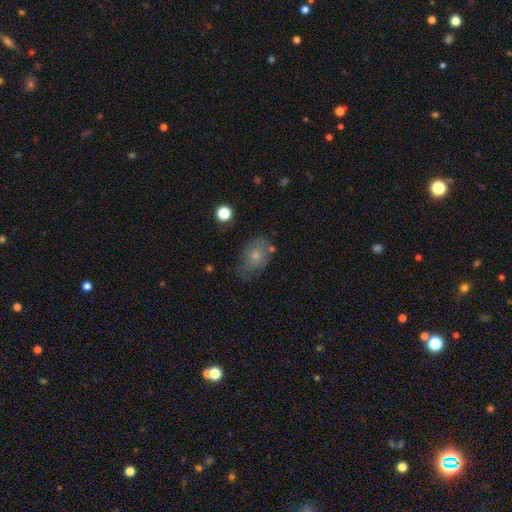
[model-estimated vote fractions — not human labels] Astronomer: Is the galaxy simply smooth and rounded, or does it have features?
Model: smooth — 66%.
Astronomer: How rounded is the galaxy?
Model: in between — 75%.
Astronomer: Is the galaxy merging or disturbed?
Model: none — 56%.